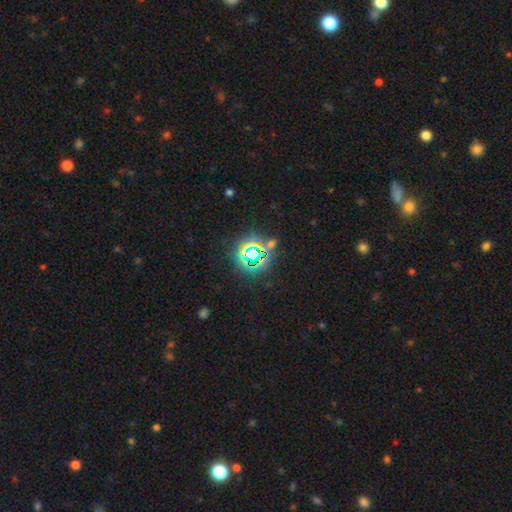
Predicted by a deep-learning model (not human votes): This is likely a star or artifact rather than a galaxy (75%).